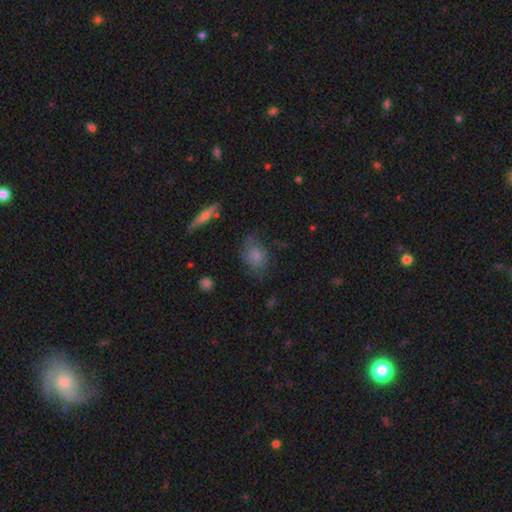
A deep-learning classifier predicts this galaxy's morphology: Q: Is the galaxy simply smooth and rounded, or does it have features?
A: smooth — 75%.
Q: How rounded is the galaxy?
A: in between — 71%.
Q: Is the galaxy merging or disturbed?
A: none — 63%.